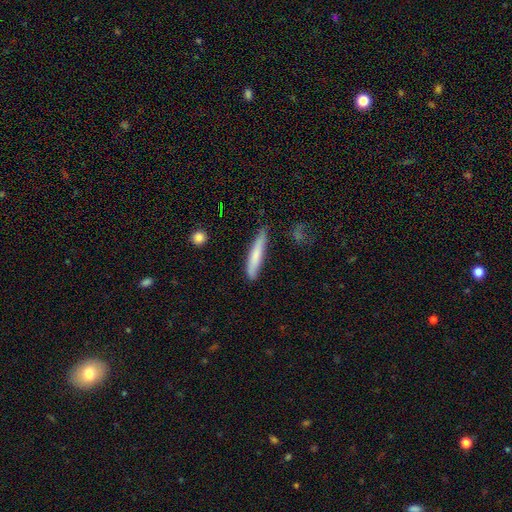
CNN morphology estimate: This appears to be a smooth galaxy with no disk features (73%) that is cigar-shaped (93%). Merging: none (78%).